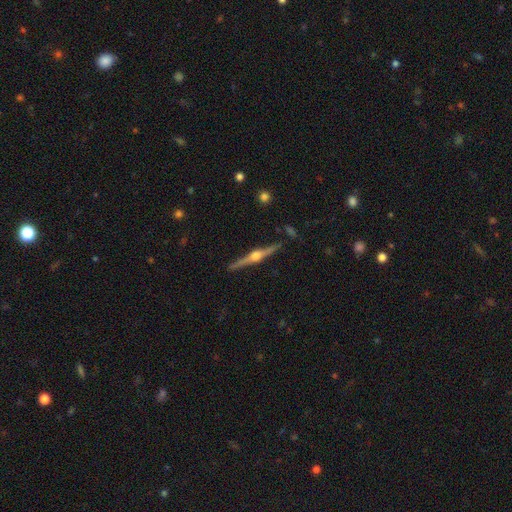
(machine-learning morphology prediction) A featured or disk galaxy (86%) viewed edge-on (98%) with a rounded central bulge (95%). Merging: none (90%).